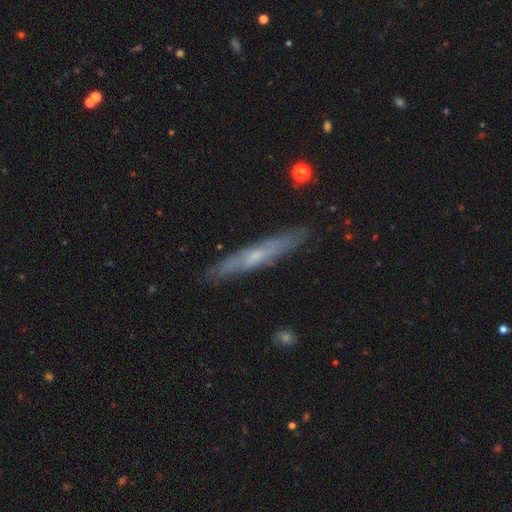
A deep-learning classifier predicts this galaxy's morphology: A featured or disk galaxy (56%) viewed edge-on (80%). Merging: none (86%).